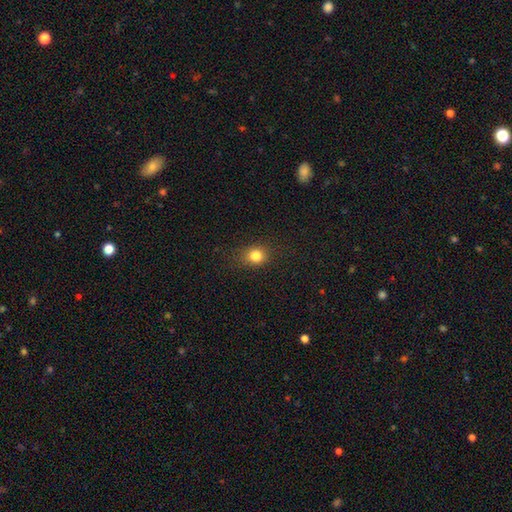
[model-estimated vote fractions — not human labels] Smooth or featured? smooth (81%)
How rounded? round (72%)
Merging? none (83%)